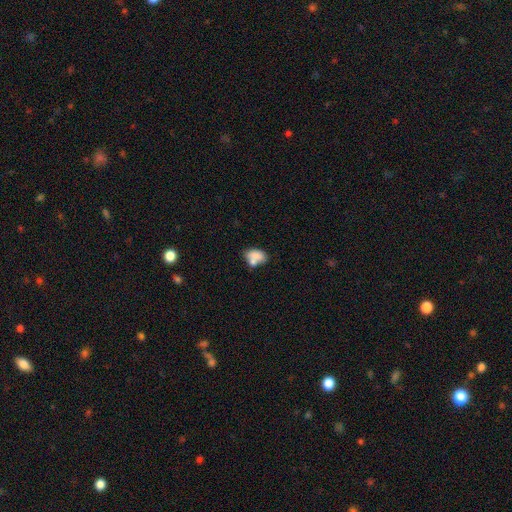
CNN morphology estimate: Smooth or featured? smooth (75%)
How rounded? in between (84%)
Merging? merger (39%)